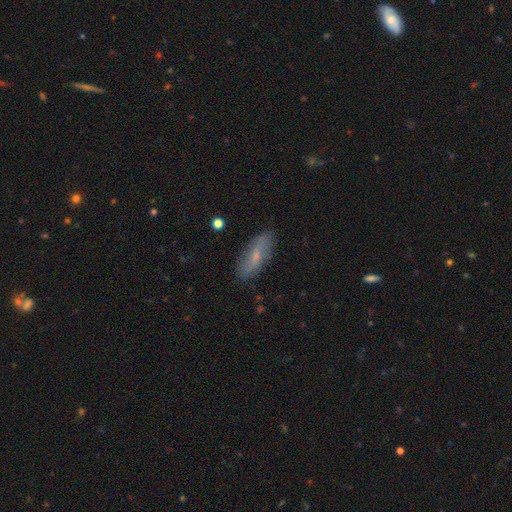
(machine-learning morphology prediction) Smooth or featured?
  - smooth: 51% *
  - featured or disk: 41%
  - star or artifact: 8%
How rounded?
  - in between: 63% *
  - cigar-shaped: 34%
  - round: 3%
Merging?
  - none: 83% *
  - minor disturbance: 13%
  - major disturbance: 3%
  - merger: 1%